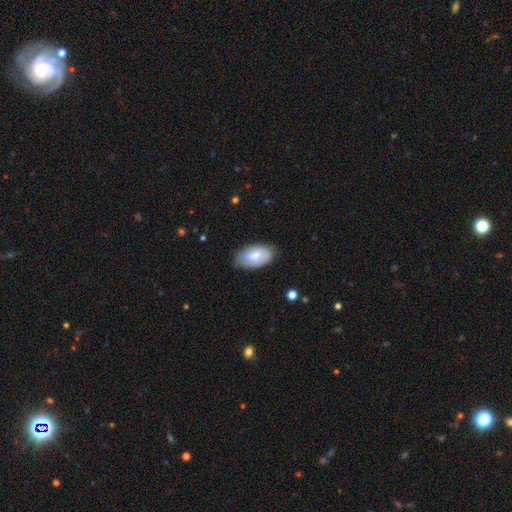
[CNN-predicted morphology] smooth-or-featured: smooth: 72% | featured or disk: 22% | star or artifact: 6%
  how-rounded: in between: 95% | round: 3% | cigar-shaped: 2%
  merging: none: 74% | minor disturbance: 21% | major disturbance: 4% | merger: 1%